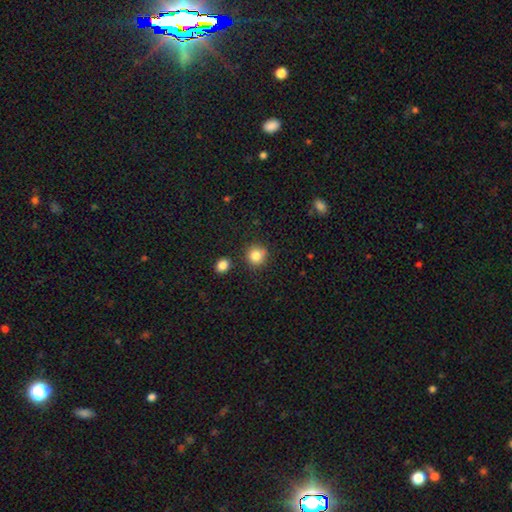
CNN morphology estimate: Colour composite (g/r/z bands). It shows a smooth galaxy with no disk features (83%) that is round (90%). Merging: none (80%).